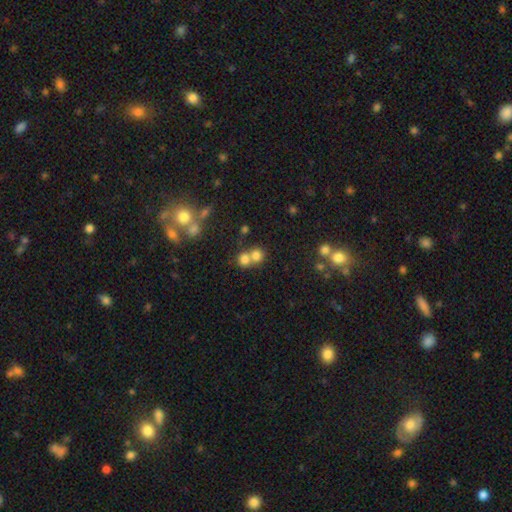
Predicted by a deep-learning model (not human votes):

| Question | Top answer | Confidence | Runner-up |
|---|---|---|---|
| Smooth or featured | smooth | 73% | star or artifact (16%) |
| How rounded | round | 84% | in between (15%) |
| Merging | merger | 50% | none (41%) |